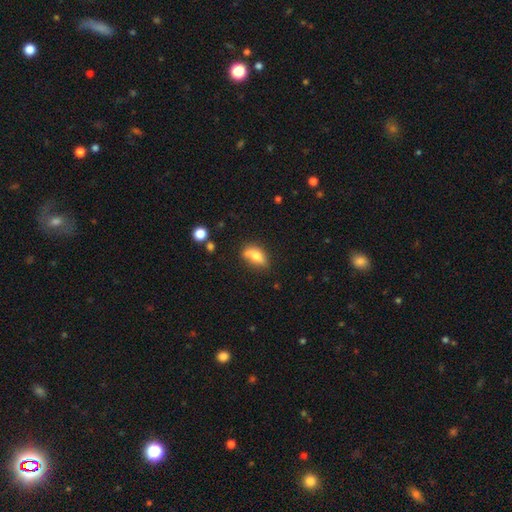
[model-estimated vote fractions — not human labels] Smooth or featured? smooth (70%)
How rounded? in between (84%)
Merging? none (52%)